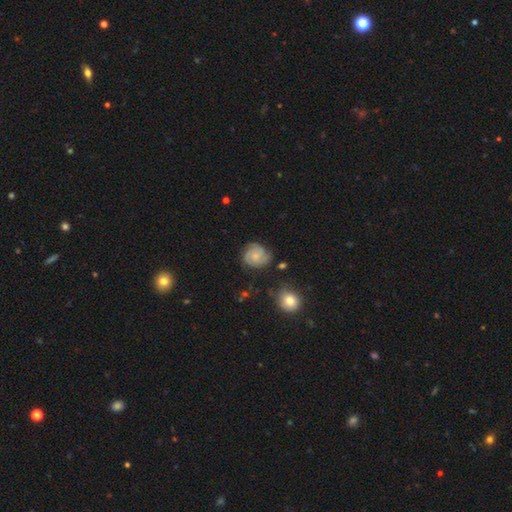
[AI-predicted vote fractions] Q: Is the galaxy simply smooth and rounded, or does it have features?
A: featured or disk — 73%.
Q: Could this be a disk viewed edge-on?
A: no — 98%.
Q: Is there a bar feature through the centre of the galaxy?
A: no — 71%.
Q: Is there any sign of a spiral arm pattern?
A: yes — 95%.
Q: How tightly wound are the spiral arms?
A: tight — 62%.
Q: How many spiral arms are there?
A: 2 — 37%.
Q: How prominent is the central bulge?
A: small — 50%.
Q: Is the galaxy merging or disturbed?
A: none — 72%.